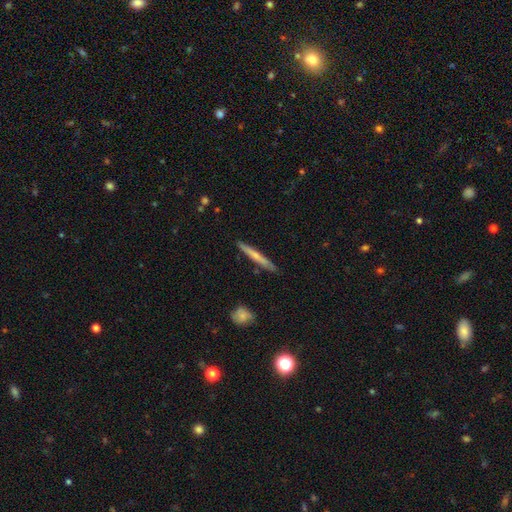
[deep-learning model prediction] A smooth galaxy with no disk features (53%) that is cigar-shaped (95%). Merging: none (88%).